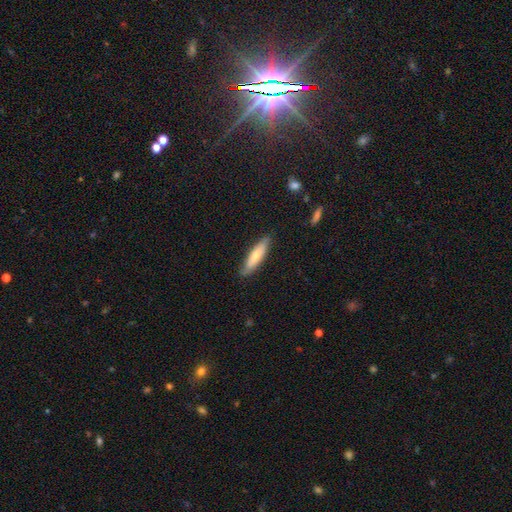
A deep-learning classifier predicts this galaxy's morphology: The model was most divided on "smooth or featured": smooth: 65%, featured or disk: 30%, star or artifact: 5%. More confident: merging — none (81%); how rounded — cigar-shaped (71%).